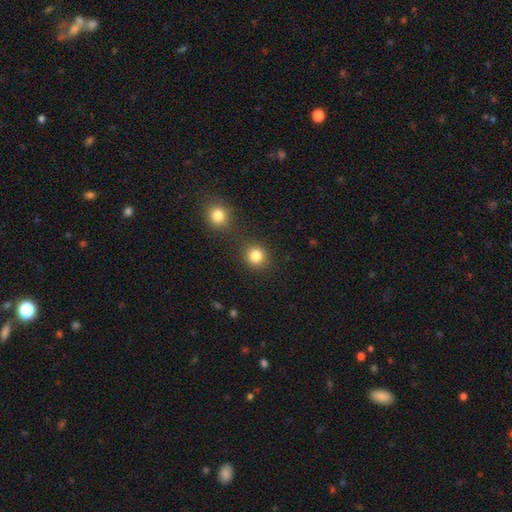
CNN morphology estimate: A smooth galaxy with no disk features (84%) that is round (87%). Merging: none (80%).